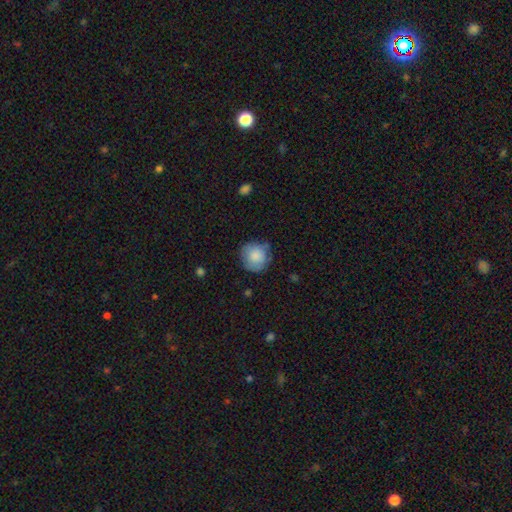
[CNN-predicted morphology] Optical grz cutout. It shows a smooth galaxy with no disk features (80%) that is round (90%). Merging: none (70%).